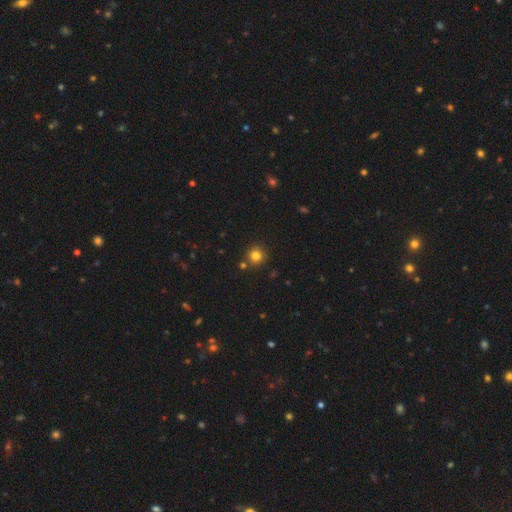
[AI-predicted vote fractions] Overall: smooth (81%). How rounded: round (92%). Merging: none (83%).